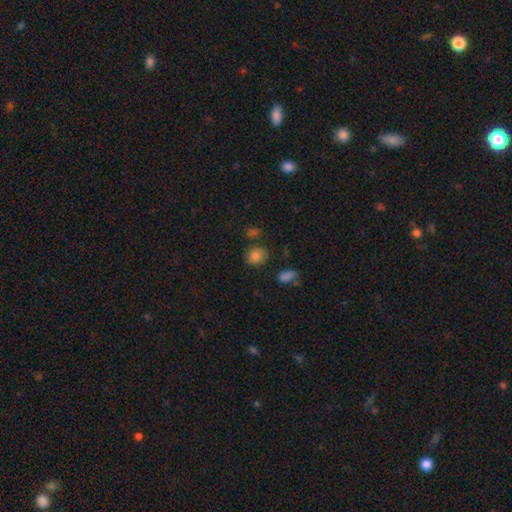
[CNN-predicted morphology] This is clearly a smooth galaxy (82%). How rounded: possibly round (57%). Merging: likely none (71%).